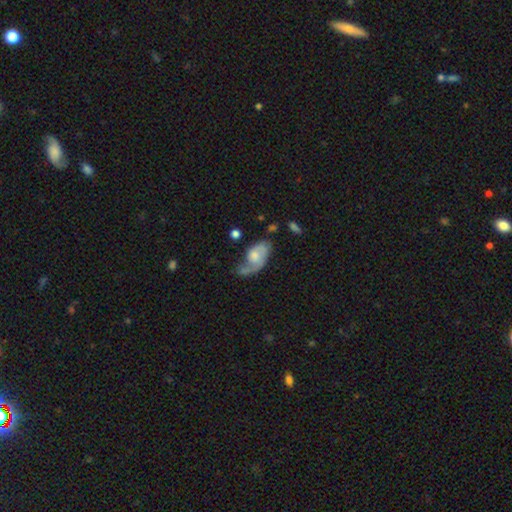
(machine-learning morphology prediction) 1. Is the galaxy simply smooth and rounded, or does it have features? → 52% featured or disk, 42% smooth, 6% star or artifact.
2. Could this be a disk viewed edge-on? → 95% no, 5% yes.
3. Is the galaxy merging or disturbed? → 31% major disturbance, 30% none, 28% minor disturbance, 11% merger.